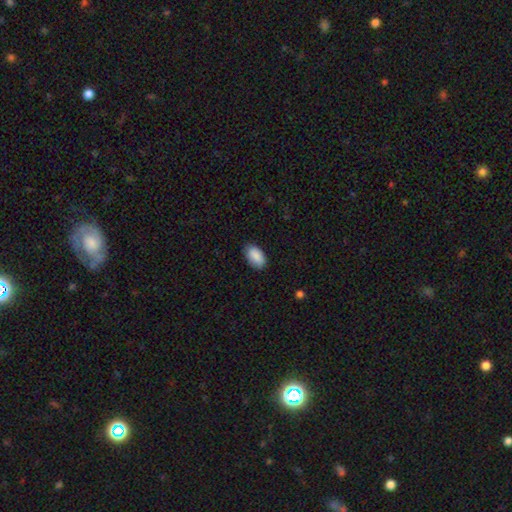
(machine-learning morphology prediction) Q: Smooth or featured?
A: smooth (90%); runner-up: star or artifact (6%)
Q: How rounded?
A: in between (94%); runner-up: round (4%)
Q: Merging?
A: none (84%); runner-up: minor disturbance (13%)